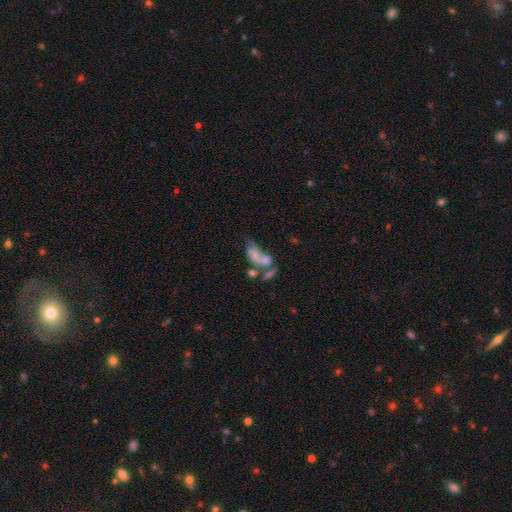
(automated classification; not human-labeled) A smooth galaxy with no disk features (49%). Merging: merger (54%).